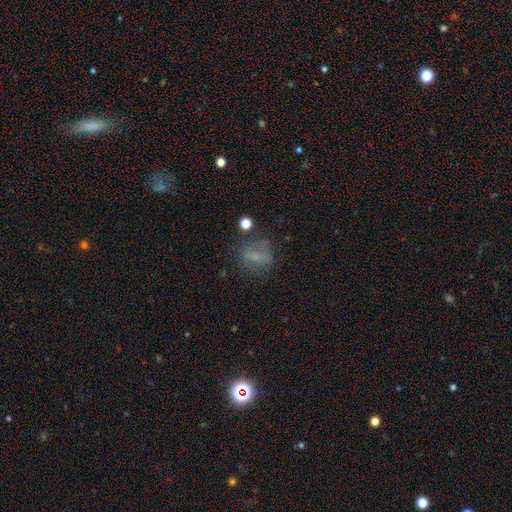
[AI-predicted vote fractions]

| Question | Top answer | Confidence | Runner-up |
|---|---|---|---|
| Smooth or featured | smooth | 53% | featured or disk (30%) |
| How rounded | in between | 47% | round (40%) |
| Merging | none | 63% | minor disturbance (18%) |